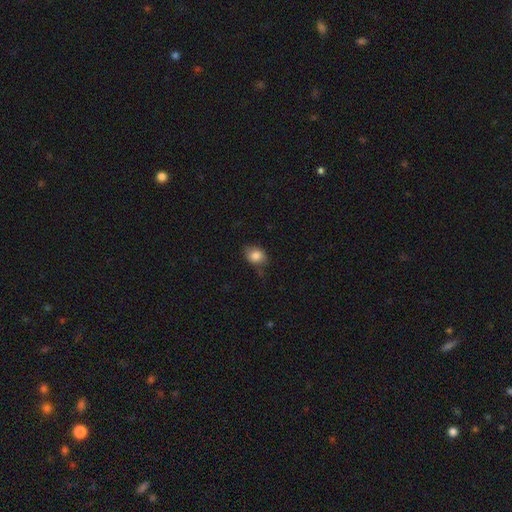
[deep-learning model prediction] Q: Smooth or featured?
A: smooth (84%); runner-up: star or artifact (8%)
Q: How rounded?
A: in between (57%); runner-up: round (41%)
Q: Merging?
A: none (70%); runner-up: minor disturbance (23%)